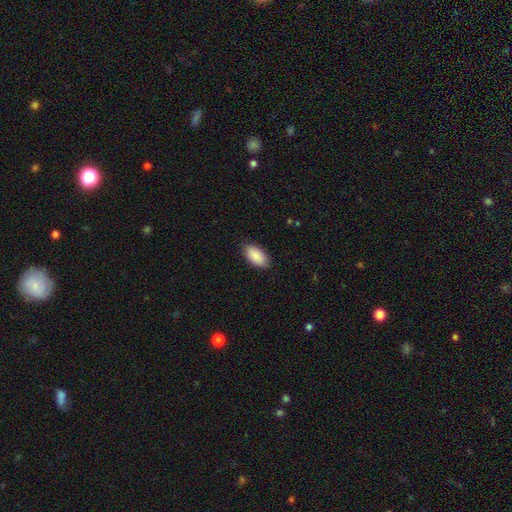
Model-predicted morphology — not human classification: Smooth or featured? smooth (89%)
How rounded? in between (95%)
Merging? none (87%)